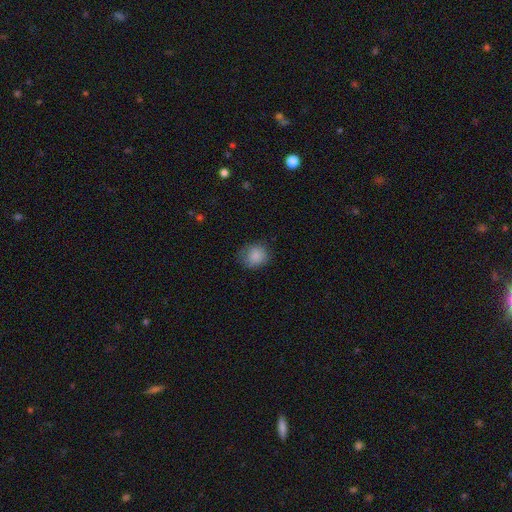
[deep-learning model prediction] Smooth or featured? Predicted: smooth (p=0.86). How rounded? Predicted: round (p=0.74). Merging? Predicted: none (p=0.73).